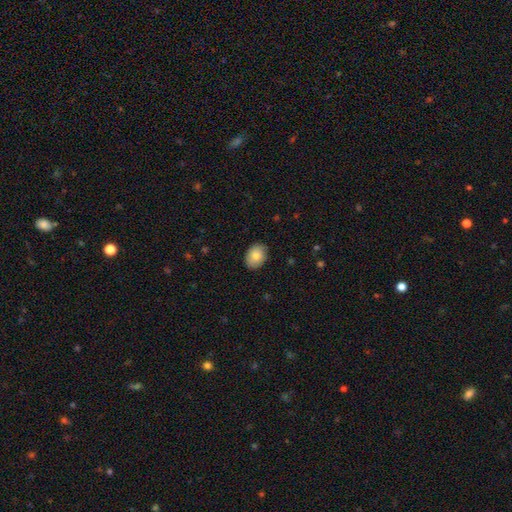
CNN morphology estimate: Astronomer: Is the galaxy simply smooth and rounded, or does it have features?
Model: smooth — 83%.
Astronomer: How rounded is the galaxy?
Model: in between — 73%.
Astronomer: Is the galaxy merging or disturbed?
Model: none — 87%.